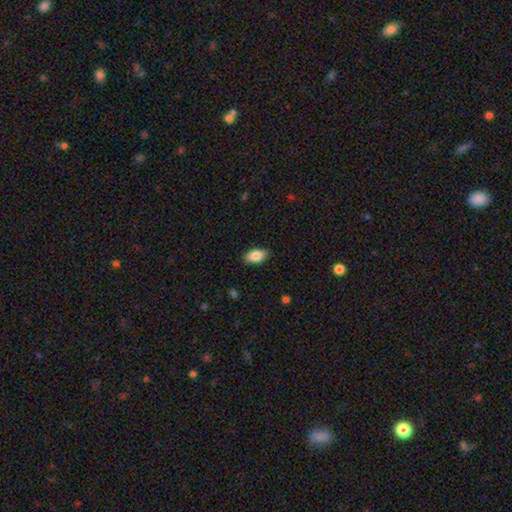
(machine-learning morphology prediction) This appears to be a smooth galaxy with no disk features (84%) that is in between round and cigar-shaped (93%). Merging: none (88%).